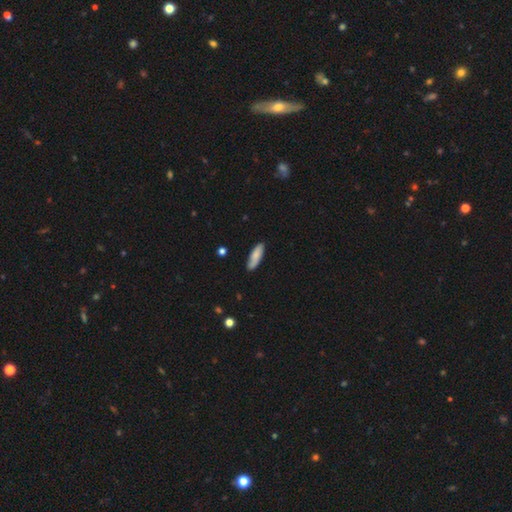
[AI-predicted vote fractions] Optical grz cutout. It shows a smooth galaxy with no disk features (78%) that is in between round and cigar-shaped (55%). Merging: none (83%).